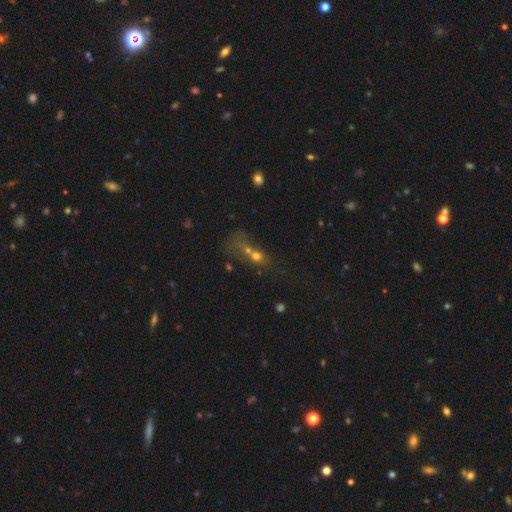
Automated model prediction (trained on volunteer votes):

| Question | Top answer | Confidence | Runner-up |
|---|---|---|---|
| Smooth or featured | smooth | 45% | star or artifact (32%) |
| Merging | merger | 44% | none (29%) |